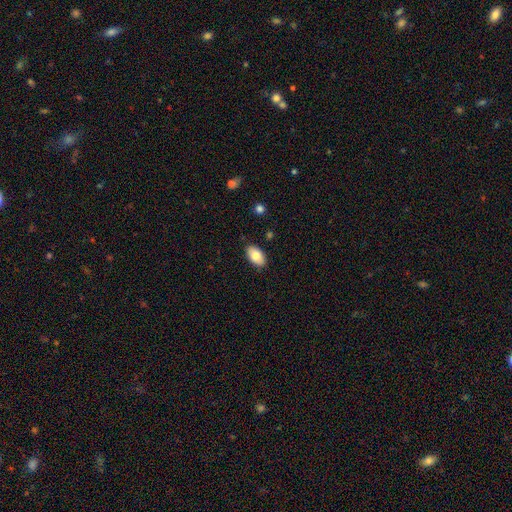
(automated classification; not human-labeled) Morphology: type=smooth (81%); roundness=in between (94%); merging=none (87%).